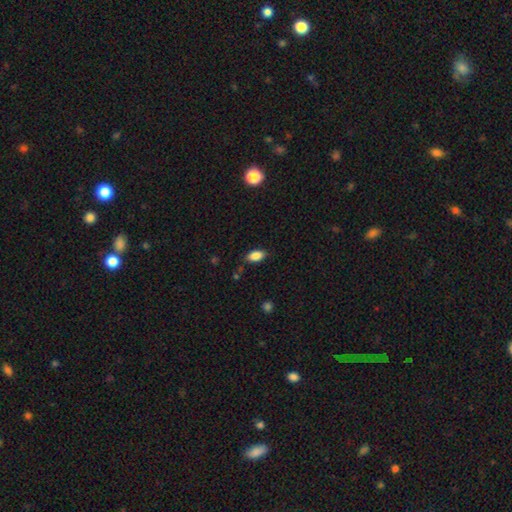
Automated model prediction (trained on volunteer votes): Overall: smooth (86%). How rounded: in between (90%). Merging: none (81%).